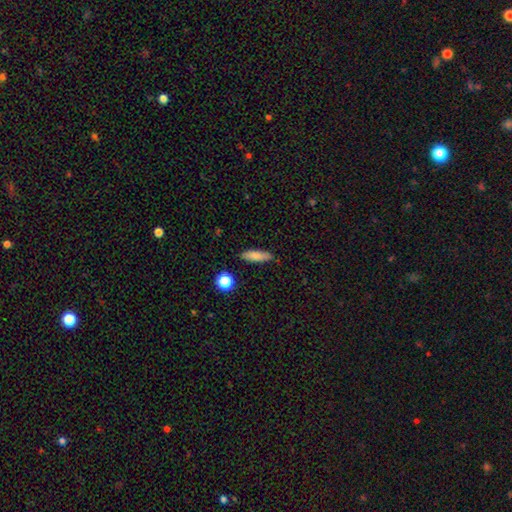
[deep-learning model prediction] Smooth or featured? Predicted: smooth (p=0.80). How rounded? Predicted: cigar-shaped (p=0.56). Merging? Predicted: none (p=0.86).